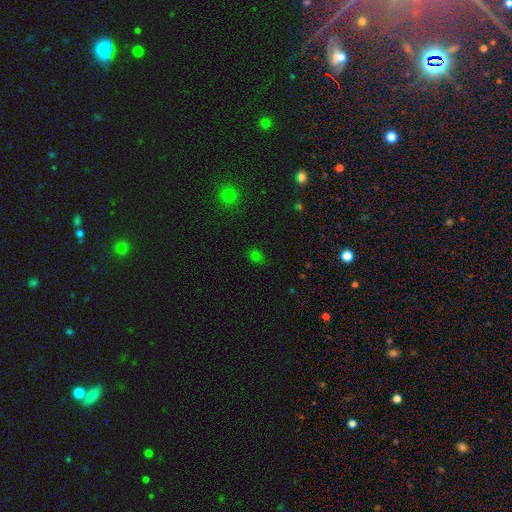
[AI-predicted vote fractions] smooth-or-featured: smooth: 65% | star or artifact: 29% | featured or disk: 5%
  how-rounded: in between: 55% | round: 43% | cigar-shaped: 2%
  merging: none: 78% | minor disturbance: 15% | major disturbance: 5% | merger: 3%